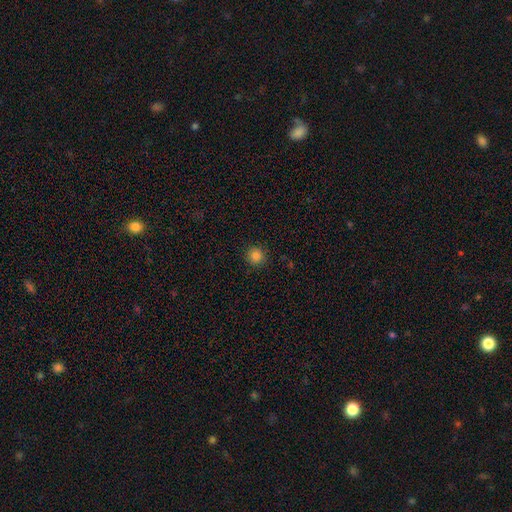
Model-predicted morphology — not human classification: This appears to be a smooth galaxy with no disk features (84%) that is round (94%). Merging: none (92%).